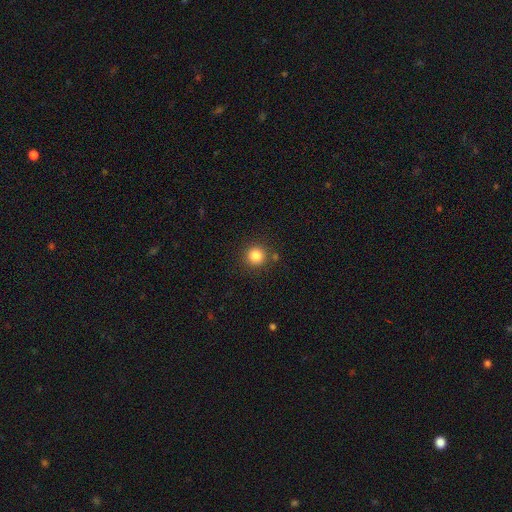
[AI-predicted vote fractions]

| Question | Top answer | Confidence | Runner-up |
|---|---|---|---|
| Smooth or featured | smooth | 84% | star or artifact (12%) |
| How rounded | round | 94% | in between (5%) |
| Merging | none | 85% | minor disturbance (8%) |